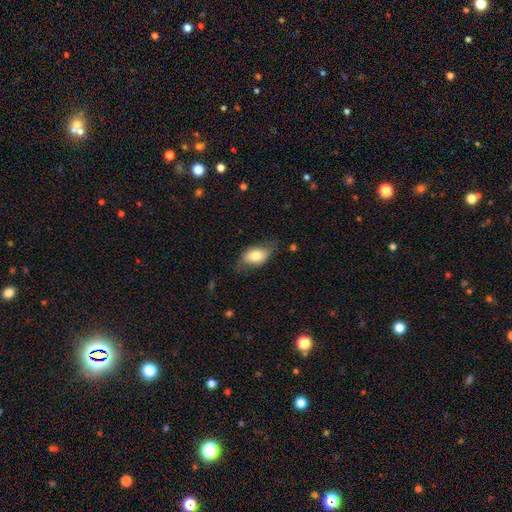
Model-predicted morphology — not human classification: smooth-or-featured: smooth: 71% | featured or disk: 22% | star or artifact: 7%
  how-rounded: in between: 89% | round: 8% | cigar-shaped: 3%
  merging: none: 61% | minor disturbance: 28% | major disturbance: 9% | merger: 1%